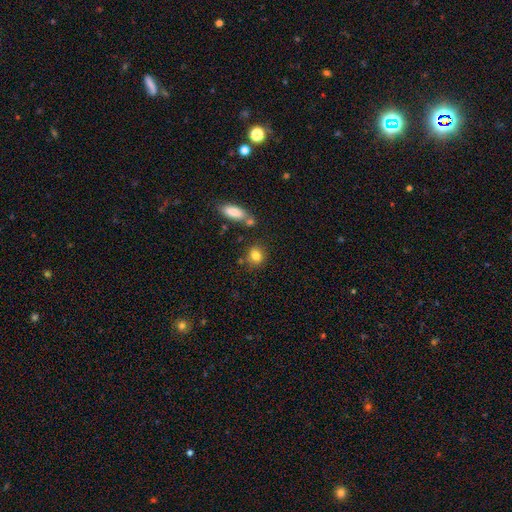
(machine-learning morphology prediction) Overall: smooth (82%). How rounded: round (63%; in between 35%). Merging: none (73%).